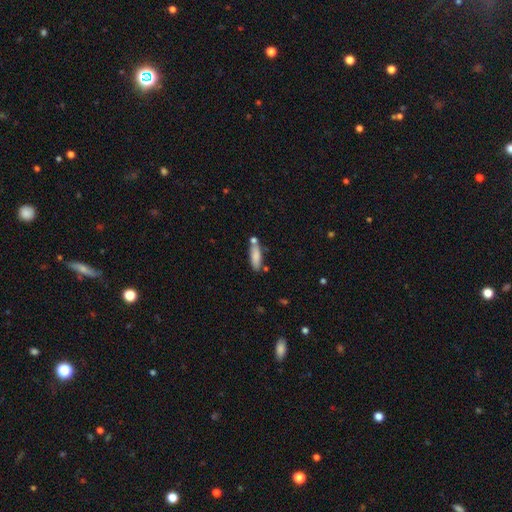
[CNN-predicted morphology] smooth 81%, featured or disk 12%, star or artifact 7%. Down the decision tree: how rounded — in between (49%, tied with cigar-shaped); merging — none (64%).